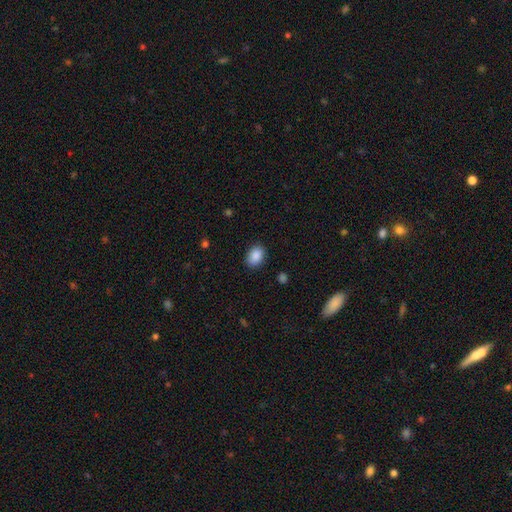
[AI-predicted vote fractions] This is clearly a smooth galaxy (89%). How rounded: likely in between (78%). Merging: clearly none (86%).